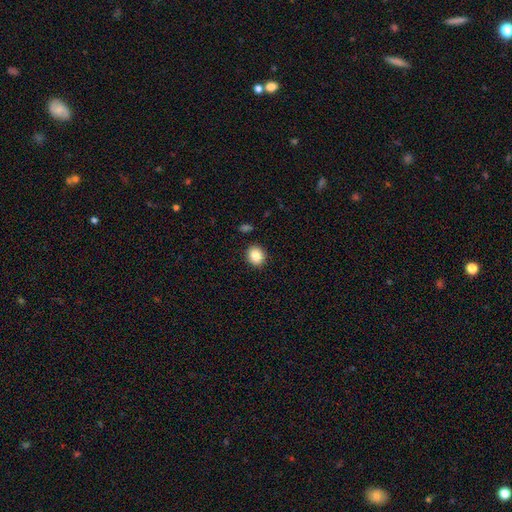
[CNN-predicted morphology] Overall: smooth (85%). How rounded: round (83%). Merging: none (90%).